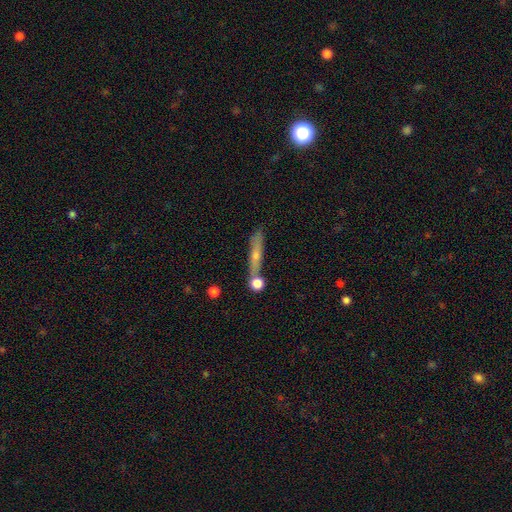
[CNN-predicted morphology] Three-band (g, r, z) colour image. It shows a smooth galaxy with no disk features (47%). Merging: none (69%).